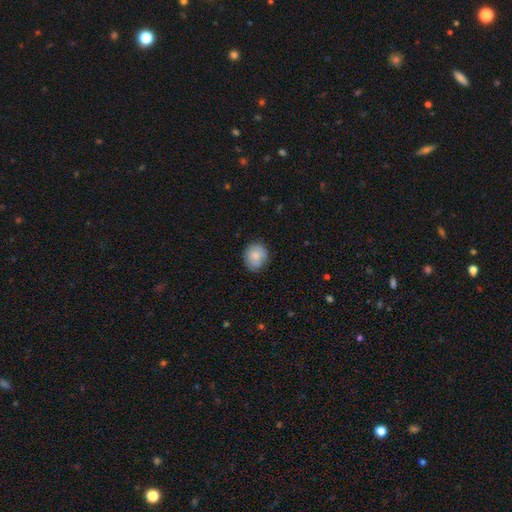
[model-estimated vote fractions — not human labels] A smooth galaxy with no disk features (79%) that is round (73%). Merging: none (77%).